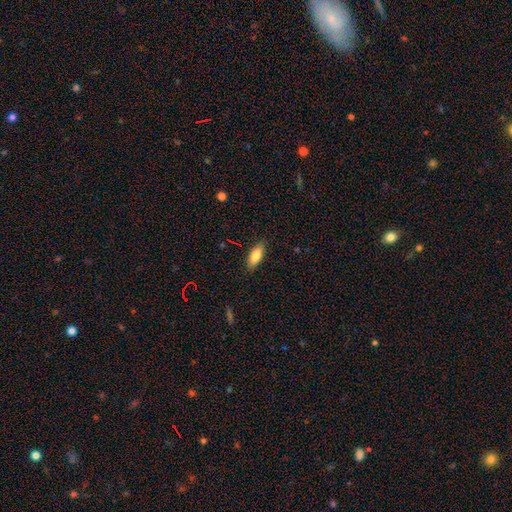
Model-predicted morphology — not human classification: This is clearly a smooth galaxy (80%). How rounded: likely in between (76%). Merging: clearly none (87%).